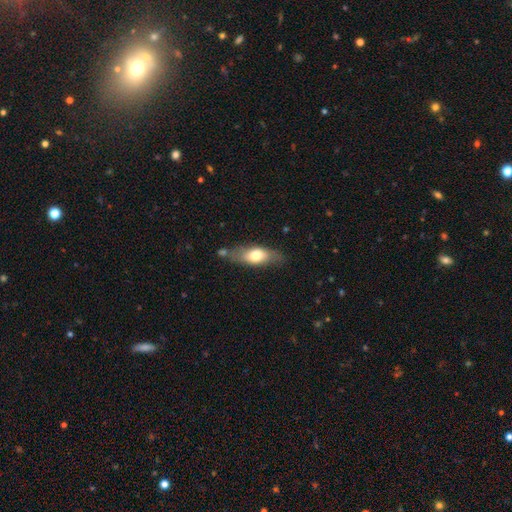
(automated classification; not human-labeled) Smooth or featured? Predicted: smooth (p=0.63). How rounded? Predicted: in between (p=0.70). Merging? Predicted: none (p=0.68).